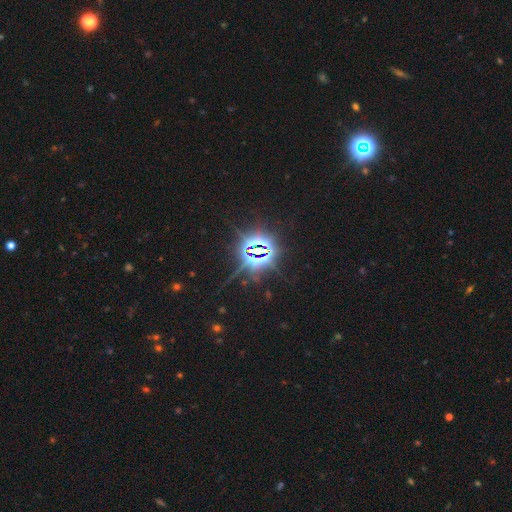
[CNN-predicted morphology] This is clearly a star or artifact rather than a galaxy (85%).